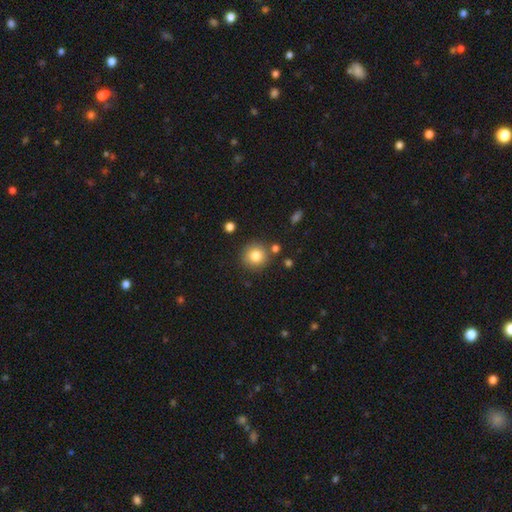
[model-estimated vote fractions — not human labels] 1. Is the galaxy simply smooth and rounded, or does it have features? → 82% smooth, 10% star or artifact, 8% featured or disk.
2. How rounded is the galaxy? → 93% round, 6% in between, 1% cigar-shaped.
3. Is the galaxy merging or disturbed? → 84% none, 8% minor disturbance, 5% merger, 2% major disturbance.